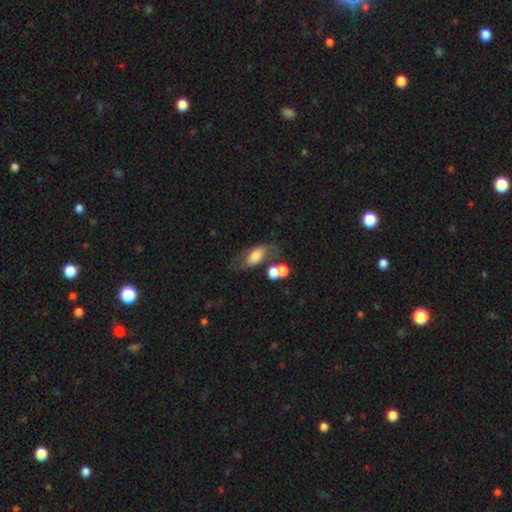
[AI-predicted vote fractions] Q: Smooth or featured?
A: smooth (65%); runner-up: featured or disk (25%)
Q: How rounded?
A: in between (84%); runner-up: round (8%)
Q: Merging?
A: none (43%); runner-up: merger (21%)